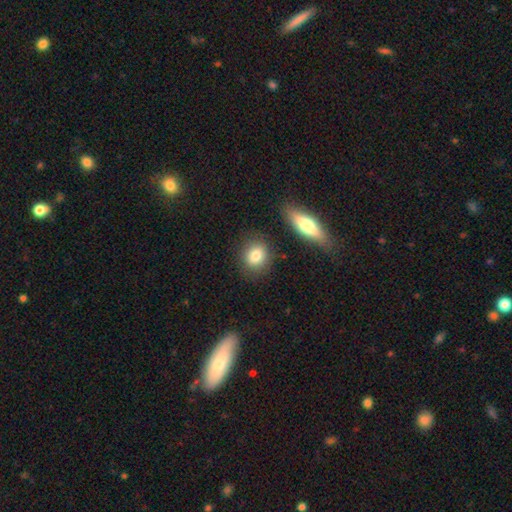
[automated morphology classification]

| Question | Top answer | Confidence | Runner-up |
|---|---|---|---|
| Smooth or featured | smooth | 82% | featured or disk (10%) |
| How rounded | round | 61% | in between (37%) |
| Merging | none | 82% | minor disturbance (10%) |